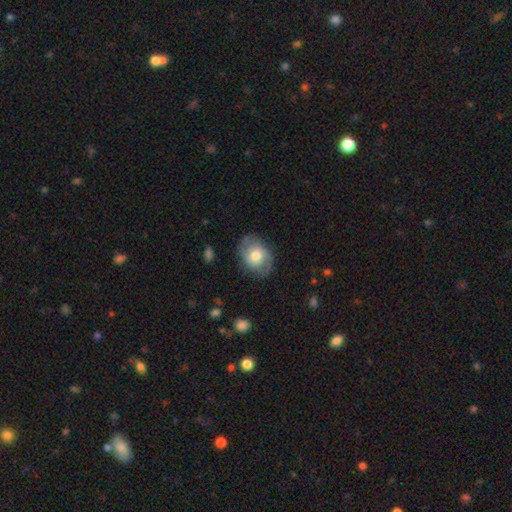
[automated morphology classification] Smooth or featured? smooth (51%)
How rounded? in between (60%)
Merging? none (74%)